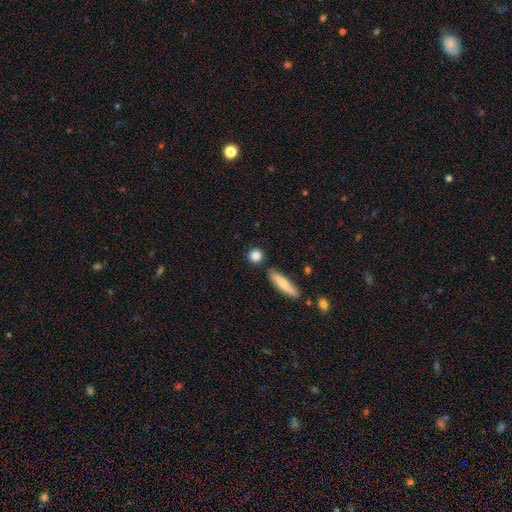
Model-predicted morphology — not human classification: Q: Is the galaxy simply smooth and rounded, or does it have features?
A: smooth — 85%.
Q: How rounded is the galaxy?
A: round — 81%.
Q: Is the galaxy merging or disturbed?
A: none — 81%.